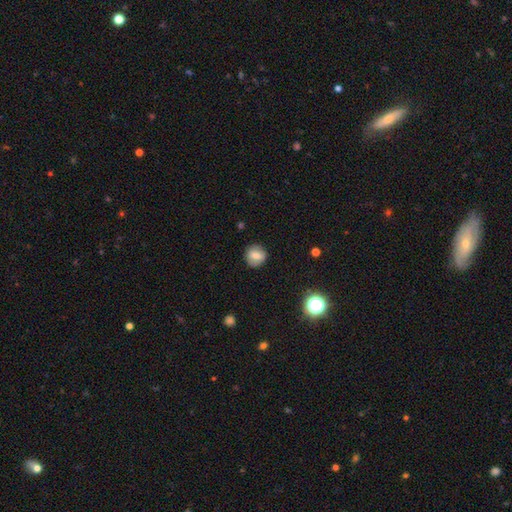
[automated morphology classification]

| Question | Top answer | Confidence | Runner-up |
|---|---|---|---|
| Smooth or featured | smooth | 72% | featured or disk (17%) |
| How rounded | round | 86% | in between (13%) |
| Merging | none | 87% | minor disturbance (10%) |